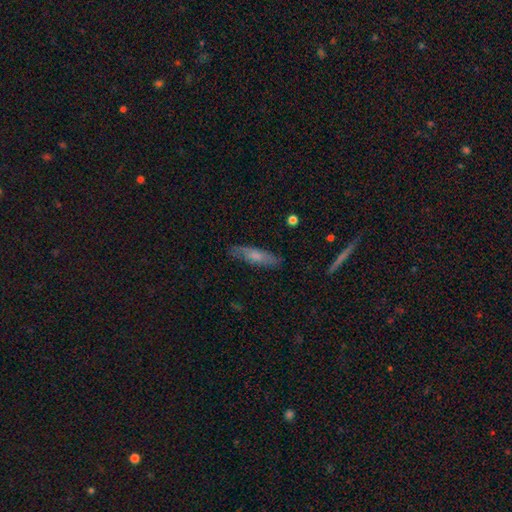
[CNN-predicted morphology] This appears to be a smooth galaxy with no disk features (61%) that is cigar-shaped (63%). Merging: none (76%).